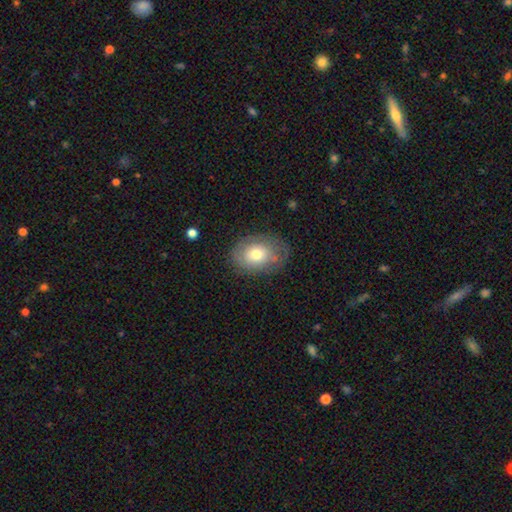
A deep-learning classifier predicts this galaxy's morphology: smooth 56%, featured or disk 33%, star or artifact 11%. Down the decision tree: how rounded — in between (73%); merging — none (79%).